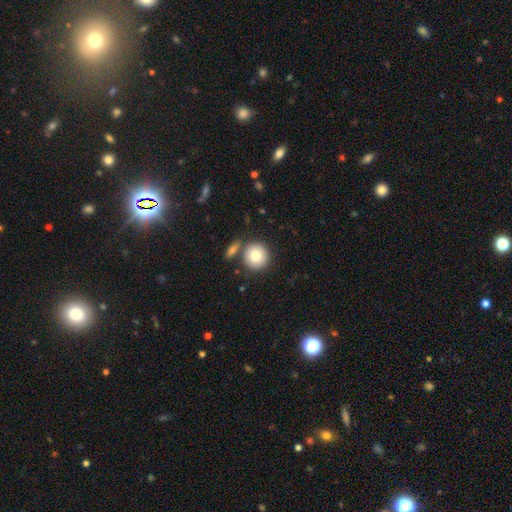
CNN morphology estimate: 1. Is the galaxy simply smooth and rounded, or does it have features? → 81% smooth, 11% featured or disk, 8% star or artifact.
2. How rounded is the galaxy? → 92% round, 7% in between, 1% cigar-shaped.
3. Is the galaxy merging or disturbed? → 71% none, 16% merger, 9% minor disturbance, 3% major disturbance.